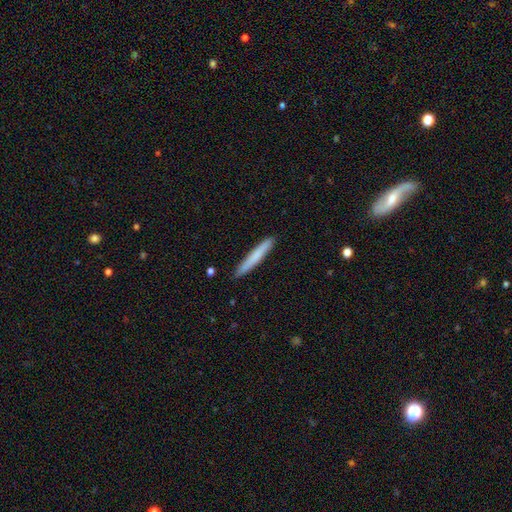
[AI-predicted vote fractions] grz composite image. It shows a smooth galaxy with no disk features (73%) that is cigar-shaped (96%). Merging: none (91%).